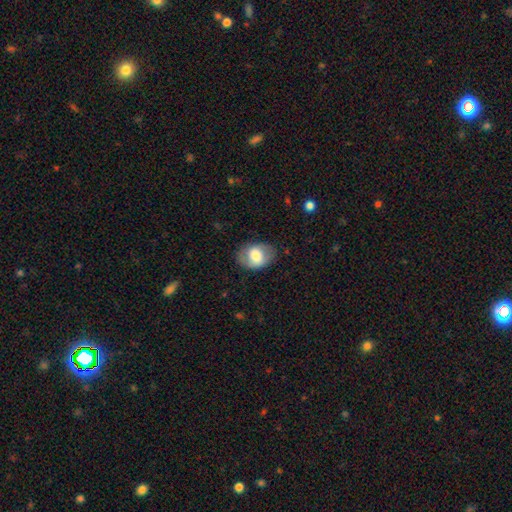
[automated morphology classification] smooth-or-featured: smooth: 63% | featured or disk: 30% | star or artifact: 7%
  how-rounded: in between: 77% | round: 22% | cigar-shaped: 1%
  merging: none: 77% | minor disturbance: 16% | major disturbance: 6% | merger: 1%